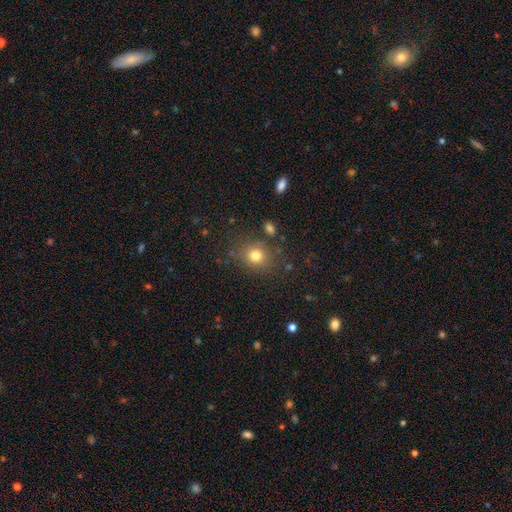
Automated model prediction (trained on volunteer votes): Q: Smooth or featured?
A: smooth (78%); runner-up: star or artifact (14%)
Q: How rounded?
A: round (70%); runner-up: in between (29%)
Q: Merging?
A: none (81%); runner-up: minor disturbance (11%)